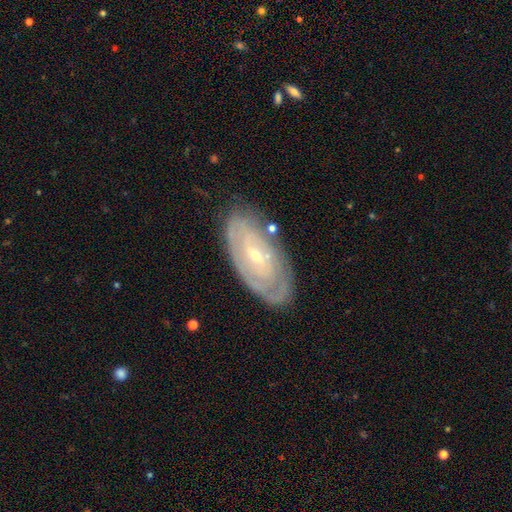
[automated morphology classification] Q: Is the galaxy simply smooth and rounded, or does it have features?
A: featured or disk — 77%.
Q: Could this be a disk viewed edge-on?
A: no — 91%.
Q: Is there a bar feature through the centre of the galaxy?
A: no — 48%.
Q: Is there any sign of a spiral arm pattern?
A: yes — 76%.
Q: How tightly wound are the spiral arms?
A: tight — 76%.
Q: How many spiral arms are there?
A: can't tell — 57%.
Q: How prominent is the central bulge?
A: small — 71%.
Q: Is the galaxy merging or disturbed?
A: none — 75%.